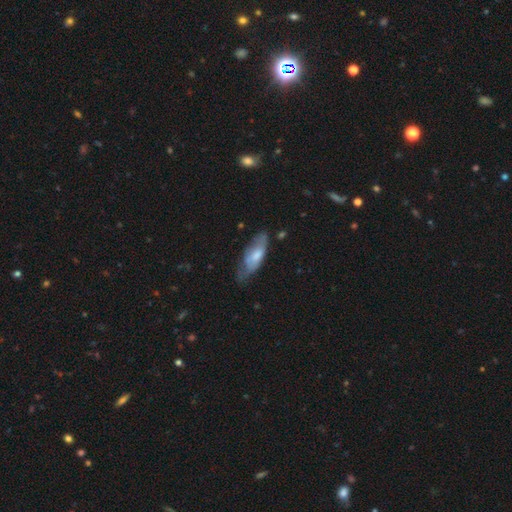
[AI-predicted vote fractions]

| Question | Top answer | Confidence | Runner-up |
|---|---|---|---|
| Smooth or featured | smooth | 58% | featured or disk (36%) |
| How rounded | in between | 68% | cigar-shaped (30%) |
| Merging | none | 47% | minor disturbance (36%) |